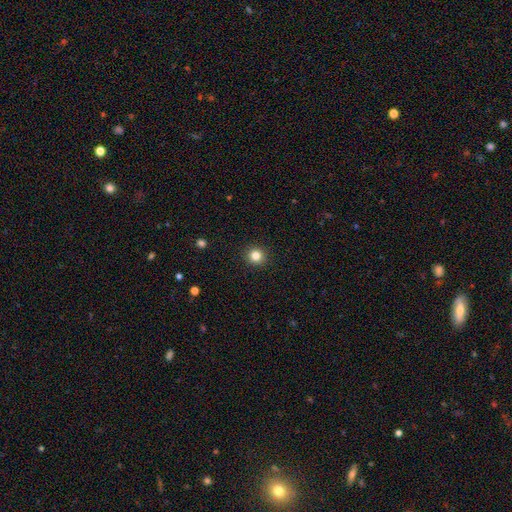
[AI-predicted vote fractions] This is clearly a smooth galaxy (83%). How rounded: clearly round (92%). Merging: clearly none (93%).